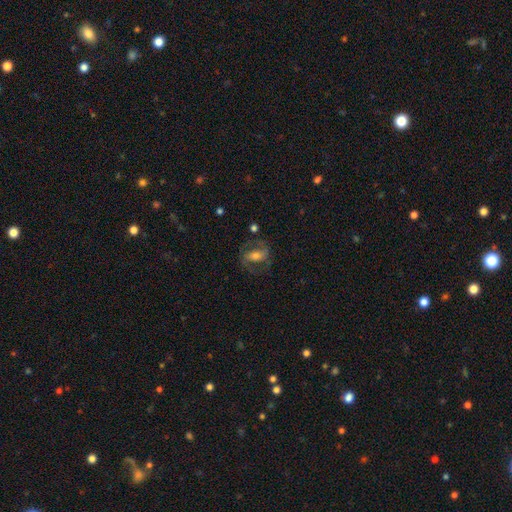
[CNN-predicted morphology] Smooth or featured? featured or disk (60%)
Edge-on disk? no (94%)
Bar? strong (36%)
Spiral arms? yes (79%)
Bulge size? moderate (55%)
Merging? none (65%)